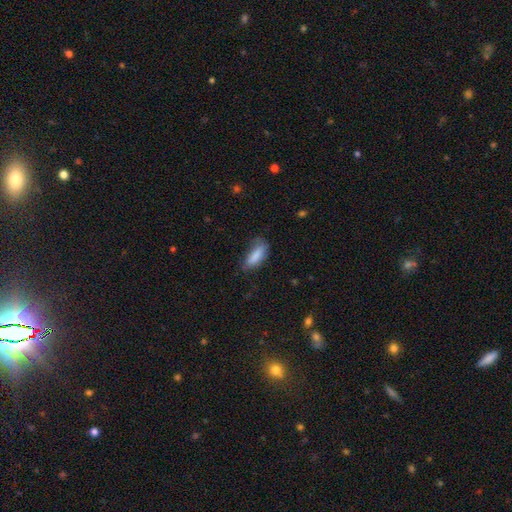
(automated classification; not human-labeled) Morphology: type=smooth (82%); roundness=in between (63%); merging=none (54%).